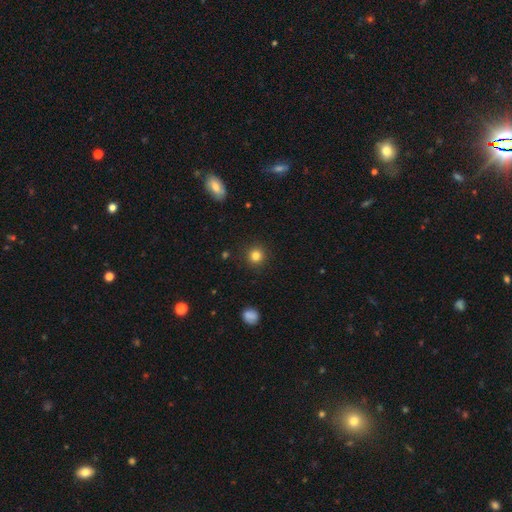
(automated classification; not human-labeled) Overall: smooth (83%). How rounded: round (92%). Merging: none (90%).